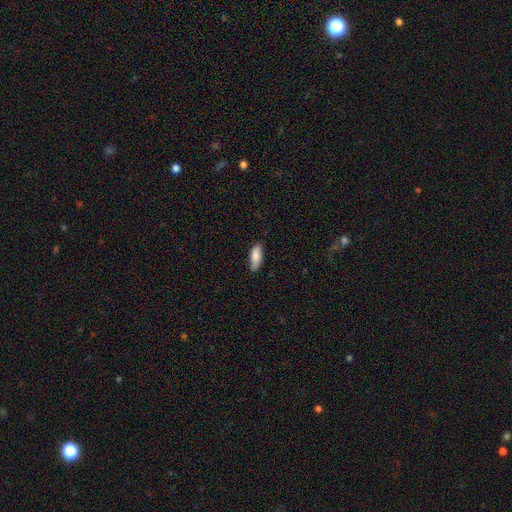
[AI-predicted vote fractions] Overall: smooth (85%). How rounded: in between (73%). Merging: none (80%).